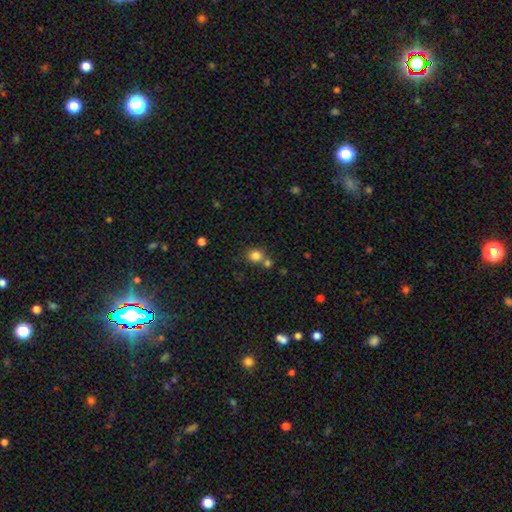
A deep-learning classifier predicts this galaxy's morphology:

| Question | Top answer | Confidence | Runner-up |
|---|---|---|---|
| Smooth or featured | smooth | 82% | star or artifact (12%) |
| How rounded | round | 87% | in between (12%) |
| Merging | none | 59% | merger (29%) |